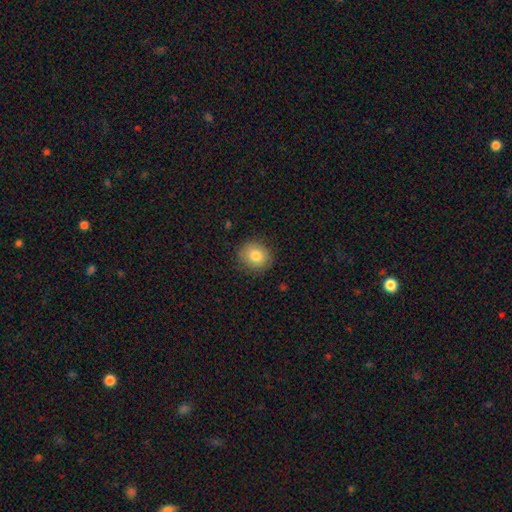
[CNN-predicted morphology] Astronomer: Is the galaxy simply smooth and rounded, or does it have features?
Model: smooth — 81%.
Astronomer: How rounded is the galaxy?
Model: round — 77%.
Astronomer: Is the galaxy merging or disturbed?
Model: none — 87%.